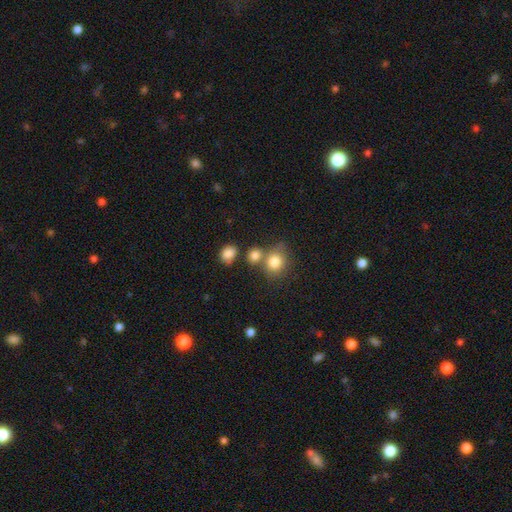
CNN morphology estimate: Q: Smooth or featured?
A: smooth (80%); runner-up: star or artifact (13%)
Q: How rounded?
A: round (71%); runner-up: in between (28%)
Q: Merging?
A: none (58%); runner-up: merger (25%)